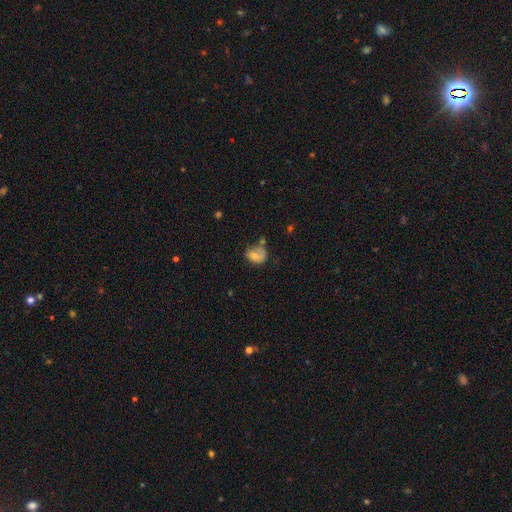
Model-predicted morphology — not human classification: Q: Smooth or featured?
A: smooth (64%); runner-up: featured or disk (26%)
Q: How rounded?
A: in between (62%); runner-up: round (36%)
Q: Merging?
A: none (40%); runner-up: minor disturbance (32%)